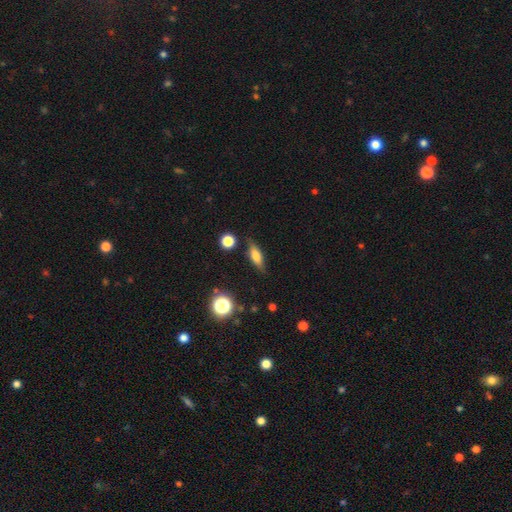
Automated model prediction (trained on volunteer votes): Smooth or featured? smooth (56%)
How rounded? in between (53%)
Merging? none (79%)